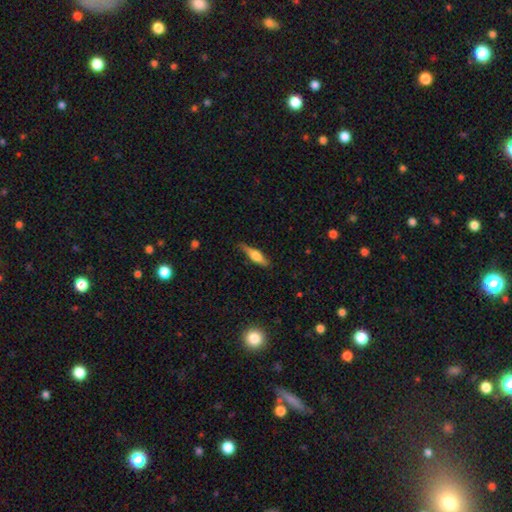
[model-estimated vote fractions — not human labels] Morphology: type=featured or disk (50%); merging=none (78%).